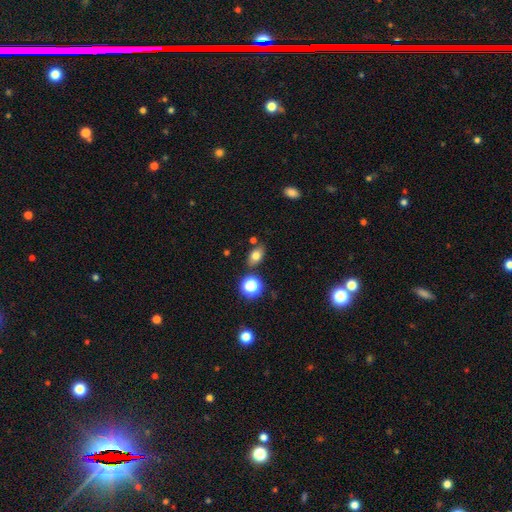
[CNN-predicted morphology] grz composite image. It shows a smooth galaxy with no disk features (74%) that is in between round and cigar-shaped (80%). Merging: none (77%).